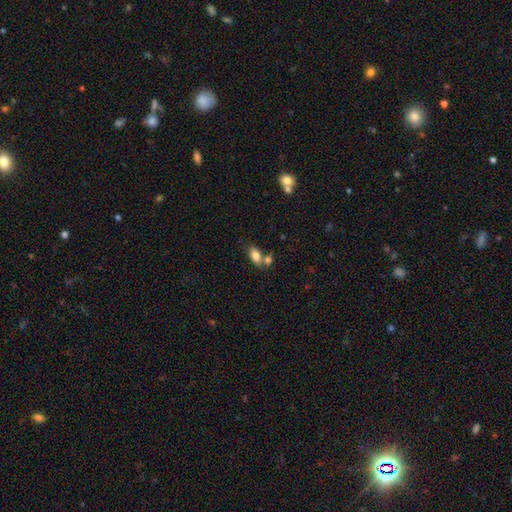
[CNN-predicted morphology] smooth-or-featured: smooth: 81% | featured or disk: 11% | star or artifact: 8%
  how-rounded: in between: 90% | round: 7% | cigar-shaped: 3%
  merging: none: 50% | merger: 34% | minor disturbance: 11% | major disturbance: 4%